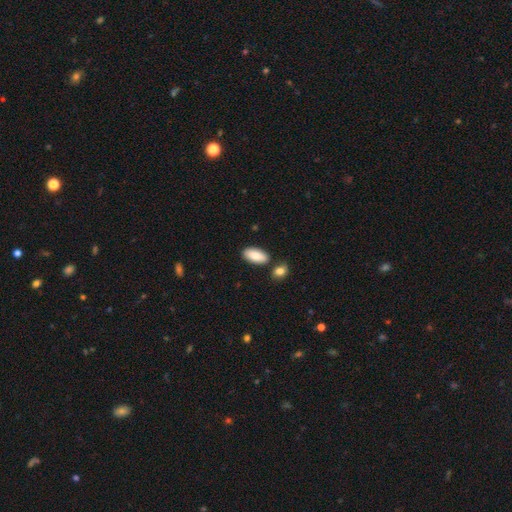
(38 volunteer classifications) This appears to be a smooth galaxy with no disk features (87%) that is in between round and cigar-shaped (97%). Merging: none (94%).